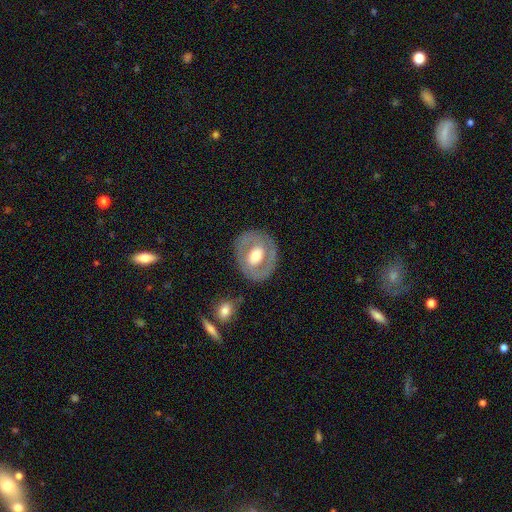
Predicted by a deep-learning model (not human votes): smooth-or-featured: featured or disk: 59% | smooth: 35% | star or artifact: 5%
  disk-edge-on: no: 95% | yes: 5%
    bar: no: 46% | weak: 34% | strong: 19%
    has-spiral-arms: no: 69% | yes: 31%
    bulge-size: moderate: 66% | large: 23% | small: 9% | dominant: 2% | none: 1%
  merging: none: 80% | minor disturbance: 12% | major disturbance: 6% | merger: 3%